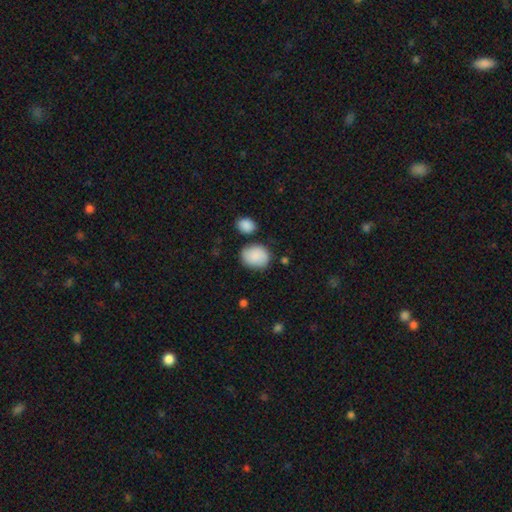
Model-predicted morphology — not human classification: Q: Smooth or featured?
A: smooth (86%); runner-up: star or artifact (7%)
Q: How rounded?
A: round (53%); runner-up: in between (46%)
Q: Merging?
A: none (73%); runner-up: minor disturbance (16%)